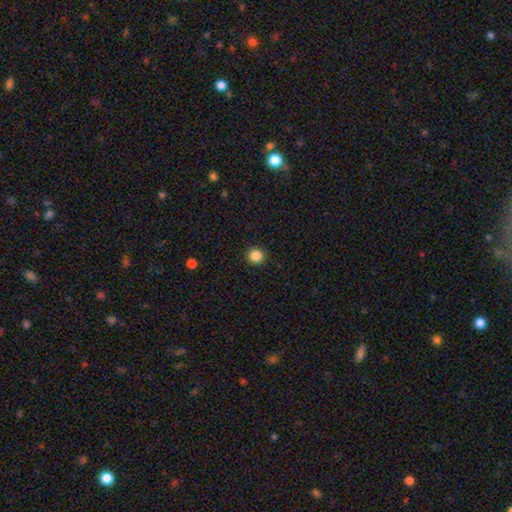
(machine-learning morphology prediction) Smooth or featured? smooth (86%)
How rounded? round (95%)
Merging? none (93%)